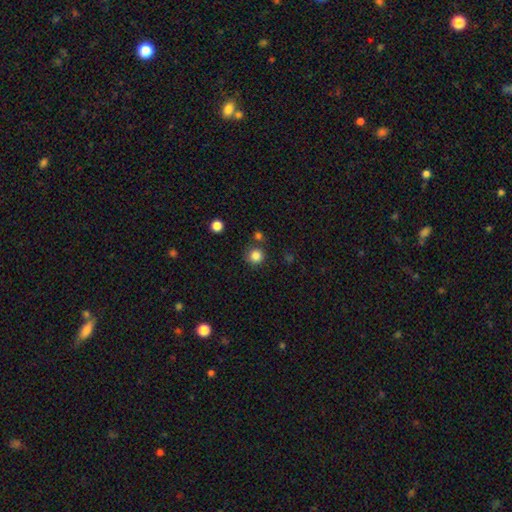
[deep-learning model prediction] smooth 85%, star or artifact 12%, featured or disk 4%. Down the decision tree: how rounded — round (94%); merging — none (81%).